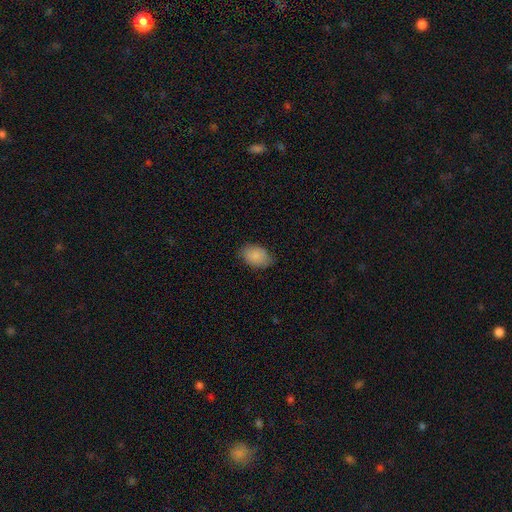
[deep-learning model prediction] Q: Smooth or featured?
A: smooth (87%); runner-up: star or artifact (7%)
Q: How rounded?
A: in between (86%); runner-up: round (13%)
Q: Merging?
A: none (78%); runner-up: minor disturbance (18%)